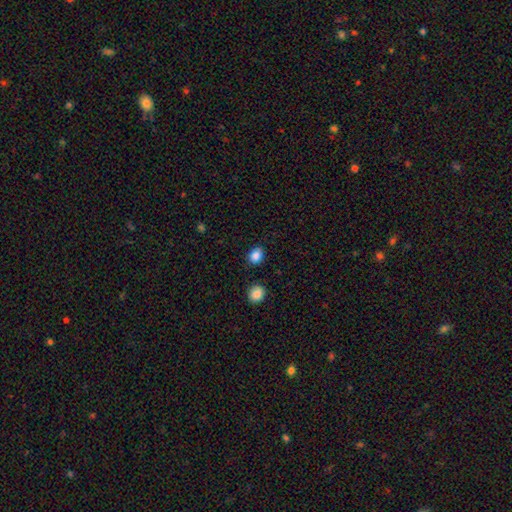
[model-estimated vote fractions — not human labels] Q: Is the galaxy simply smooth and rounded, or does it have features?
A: smooth — 87%.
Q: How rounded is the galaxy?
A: in between — 53%.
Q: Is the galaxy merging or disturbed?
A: none — 85%.